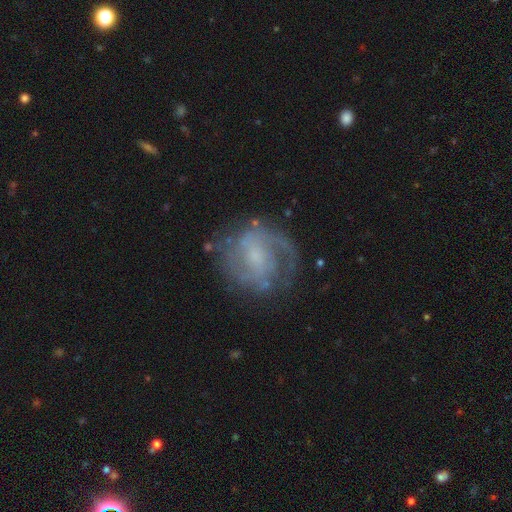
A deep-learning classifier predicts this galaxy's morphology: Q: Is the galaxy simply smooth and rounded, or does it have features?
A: featured or disk — 80%.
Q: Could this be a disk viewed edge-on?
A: no — 98%.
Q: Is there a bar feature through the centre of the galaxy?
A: weak — 48%.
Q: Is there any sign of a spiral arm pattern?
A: yes — 91%.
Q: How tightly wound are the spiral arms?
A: medium — 45%.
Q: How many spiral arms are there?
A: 2 — 59%.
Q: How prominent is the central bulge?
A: small — 45%.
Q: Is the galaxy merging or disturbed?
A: none — 70%.